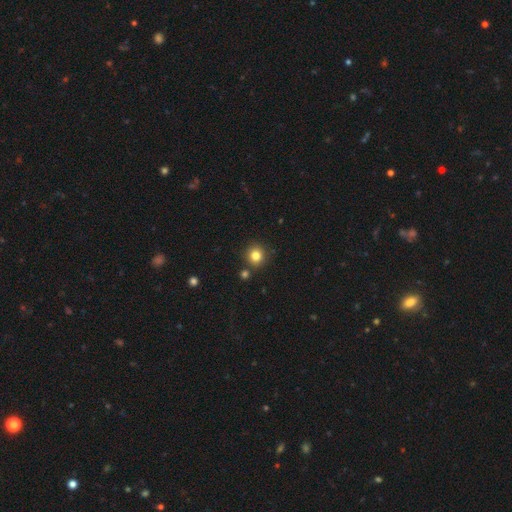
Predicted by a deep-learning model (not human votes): Overall: smooth (81%). How rounded: round (92%). Merging: none (84%).